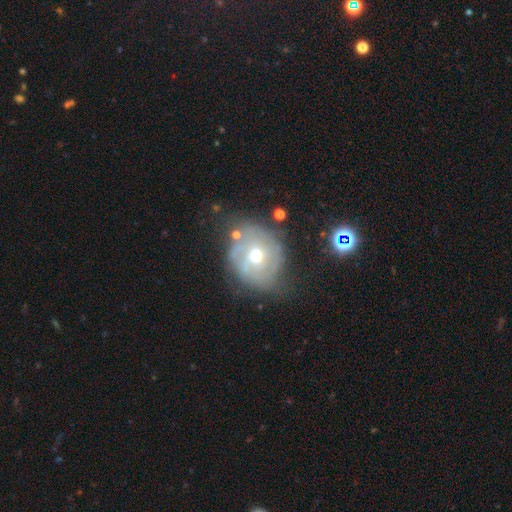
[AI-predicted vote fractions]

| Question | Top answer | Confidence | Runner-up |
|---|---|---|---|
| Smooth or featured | featured or disk | 64% | smooth (25%) |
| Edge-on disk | no | 96% | yes (4%) |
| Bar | no | 63% | weak (30%) |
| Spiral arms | yes | 70% | no (30%) |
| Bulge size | moderate | 69% | small (25%) |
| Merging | none | 57% | minor disturbance (26%) |